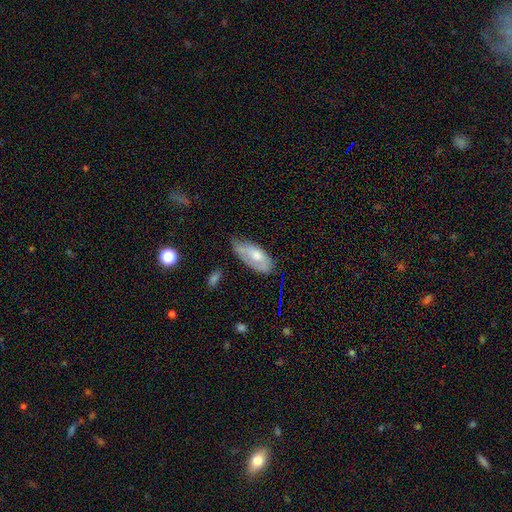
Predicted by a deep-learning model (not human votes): smooth-or-featured: smooth: 57% | featured or disk: 36% | star or artifact: 6%
  how-rounded: in between: 86% | cigar-shaped: 11% | round: 3%
  merging: none: 41% | minor disturbance: 39% | major disturbance: 16% | merger: 4%